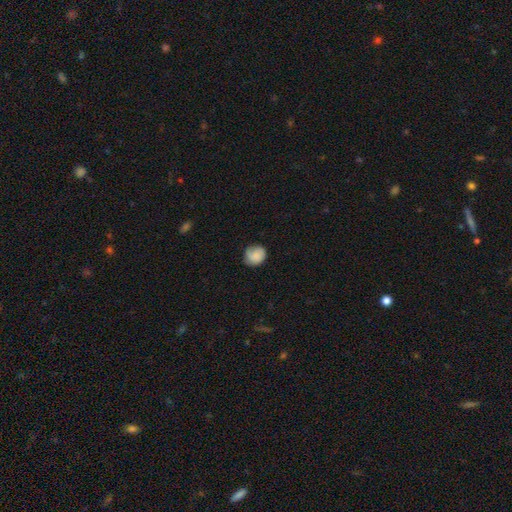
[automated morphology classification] Q: Smooth or featured?
A: smooth (82%); runner-up: featured or disk (11%)
Q: How rounded?
A: round (74%); runner-up: in between (25%)
Q: Merging?
A: none (69%); runner-up: minor disturbance (24%)